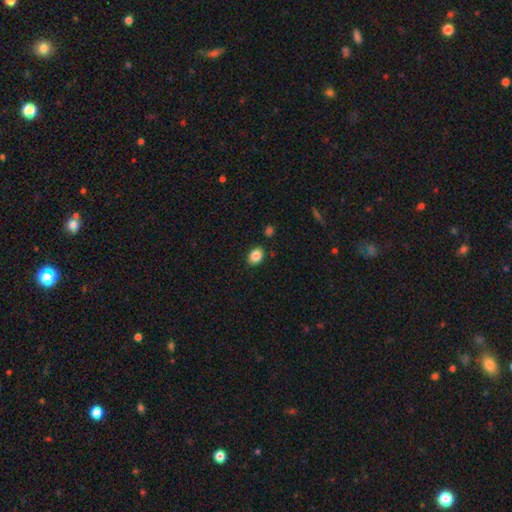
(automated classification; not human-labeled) This appears to be a smooth galaxy with no disk features (87%) that is in between round and cigar-shaped (61%). Merging: none (87%).